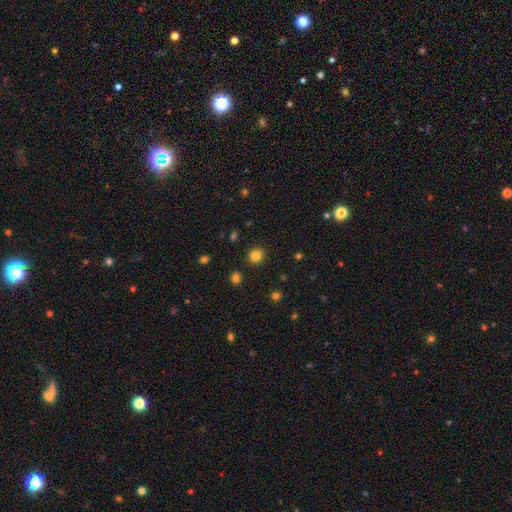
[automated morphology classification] The model was most divided on "smooth or featured": smooth: 82%, star or artifact: 13%, featured or disk: 5%. More confident: merging — none (90%); how rounded — round (86%).